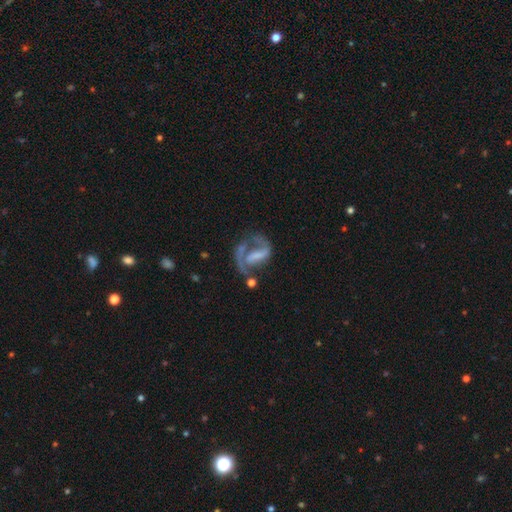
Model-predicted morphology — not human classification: Smooth or featured? Predicted: featured or disk (p=0.76). Edge-on disk? Predicted: no (p=0.96). Bar? Predicted: weak (p=0.36). Spiral arms? Predicted: yes (p=0.81). Spiral winding? Predicted: medium (p=0.44). Spiral arm count? Predicted: 2 (p=0.48). Bulge size? Predicted: none (p=0.47). Merging? Predicted: none (p=0.38).